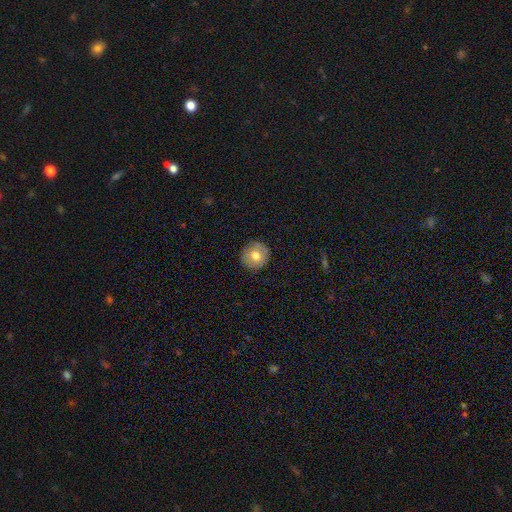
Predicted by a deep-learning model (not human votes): smooth_or_featured: smooth (p=0.69) [alt: featured or disk p=0.23]
how_rounded: round (p=0.93) [alt: in between p=0.06]
merging: none (p=0.89) [alt: minor disturbance p=0.08]